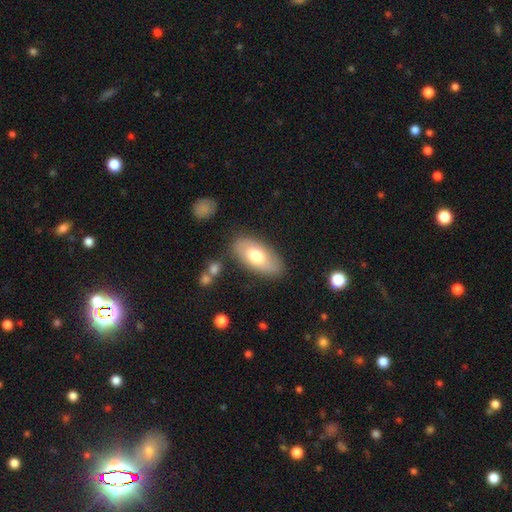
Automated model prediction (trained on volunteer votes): The model was most divided on "smooth or featured": smooth: 65%, featured or disk: 29%, star or artifact: 6%. More confident: how rounded — in between (92%); merging — none (80%).